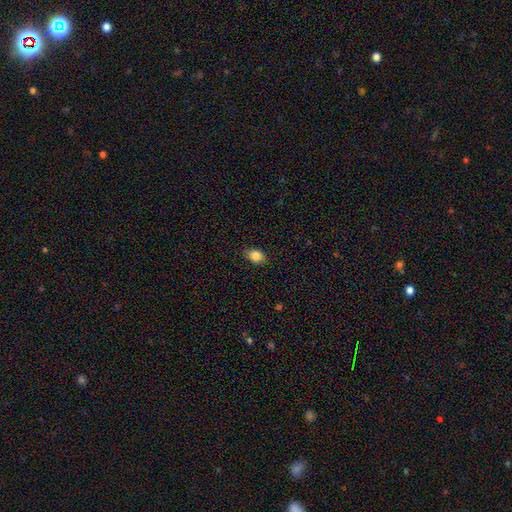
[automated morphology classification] The model was most divided on "how rounded": in between: 64%, round: 35%, cigar-shaped: 1%. More confident: smooth or featured — smooth (86%); merging — none (84%).